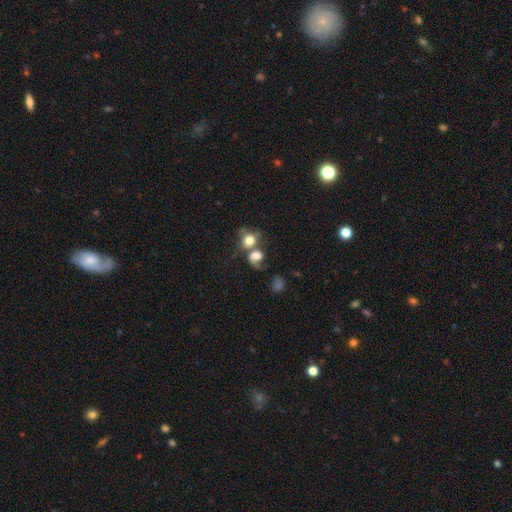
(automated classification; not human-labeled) A smooth galaxy with no disk features (64%) that is round (60%). Merging: merger (59%).